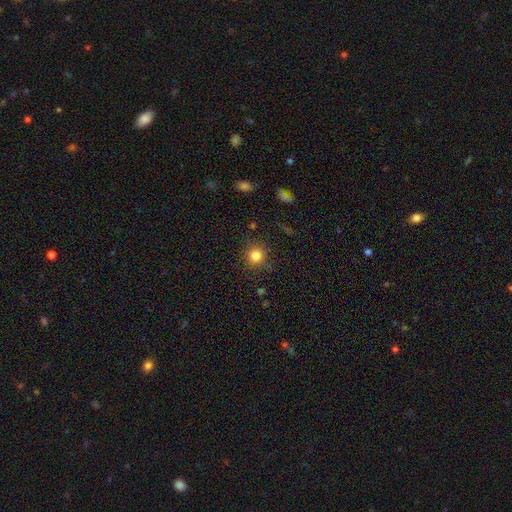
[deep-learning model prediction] A smooth galaxy with no disk features (82%) that is round (93%).

Vote fractions:
- Smooth or featured? smooth: 82% / star or artifact: 12% / featured or disk: 5%
- How rounded? round: 93% / in between: 6% / cigar-shaped: 1%
- Merging? none: 87% / minor disturbance: 9% / major disturbance: 3% / merger: 1%